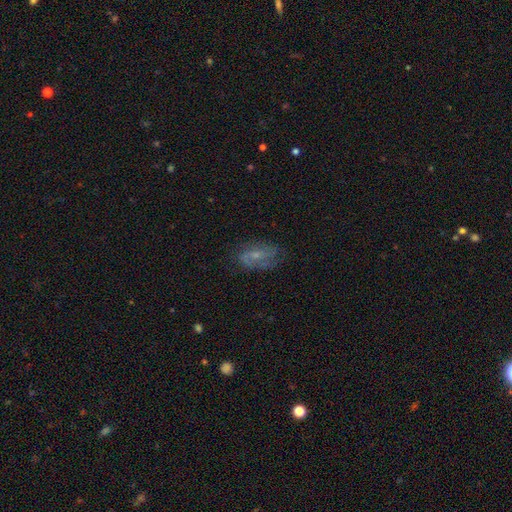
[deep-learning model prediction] Smooth or featured: featured or disk — 58% (smooth — 32%)
Edge-on disk: no — 94% (yes — 6%)
Bar: no — 48% (weak — 41%)
Spiral arms: yes — 77% (no — 23%)
Bulge size: small — 58% (moderate — 29%)
Merging: none — 64% (minor disturbance — 23%)